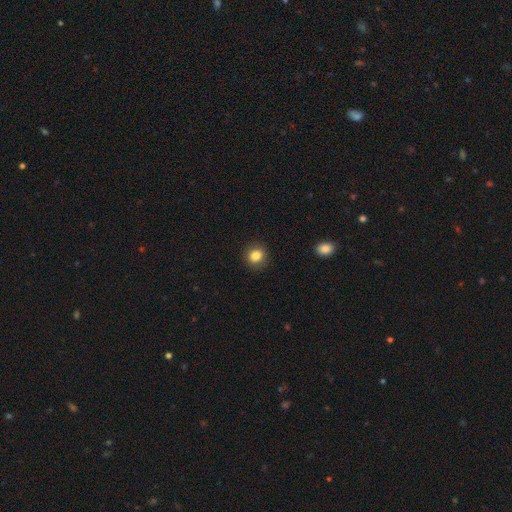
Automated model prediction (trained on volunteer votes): The model was most divided on "how rounded": round: 78%, in between: 21%, cigar-shaped: 1%. More confident: merging — none (88%); smooth or featured — smooth (84%).